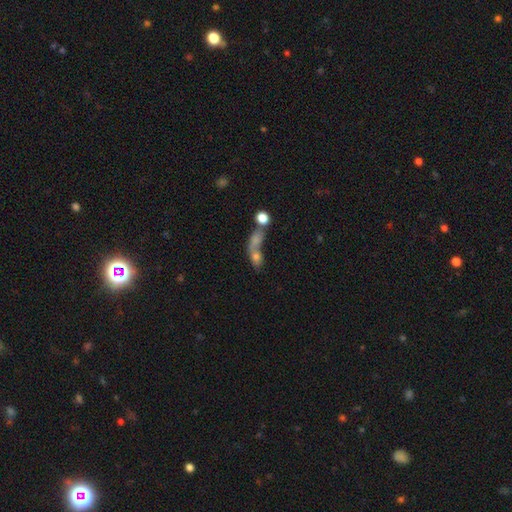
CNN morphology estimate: A smooth galaxy with no disk features (57%) that is in between round and cigar-shaped (49%). Merging: merger (60%).